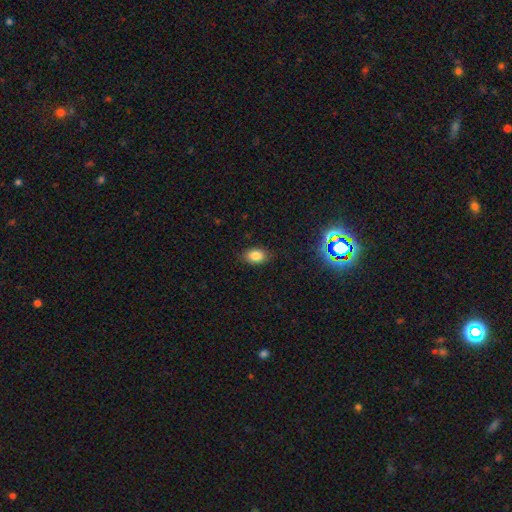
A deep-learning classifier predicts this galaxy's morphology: This appears to be a smooth galaxy with no disk features (82%) that is in between round and cigar-shaped (82%). Merging: none (86%).